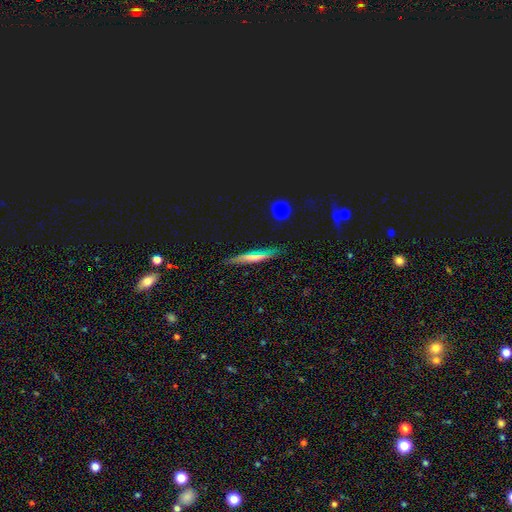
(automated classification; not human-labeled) Q: Smooth or featured?
A: featured or disk (52%); runner-up: smooth (36%)
Q: Edge-on disk?
A: yes (93%); runner-up: no (7%)
Q: Merging?
A: none (86%); runner-up: minor disturbance (11%)